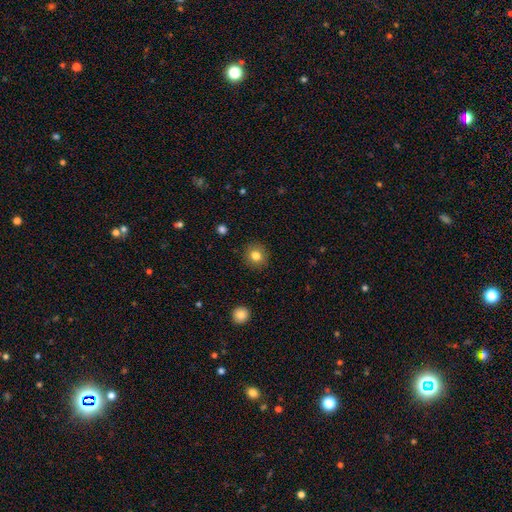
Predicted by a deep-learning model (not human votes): This appears to be a smooth galaxy with no disk features (81%) that is round (89%). Merging: none (90%).